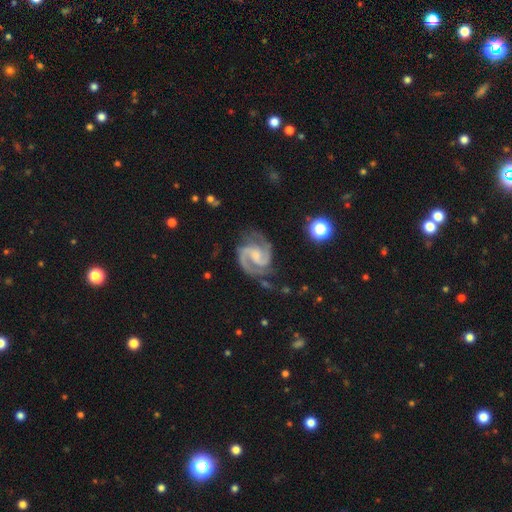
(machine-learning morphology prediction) Overall: featured or disk (93%). Edge-on disk: no (98%). Bar: weak (49%; no 34%). Spiral arms: yes (99%). Spiral arm count: 2 (93%). Spiral winding: medium (62%; tight 28%). Bulge size: small (39%; moderate 31%). Merging: none (74%).